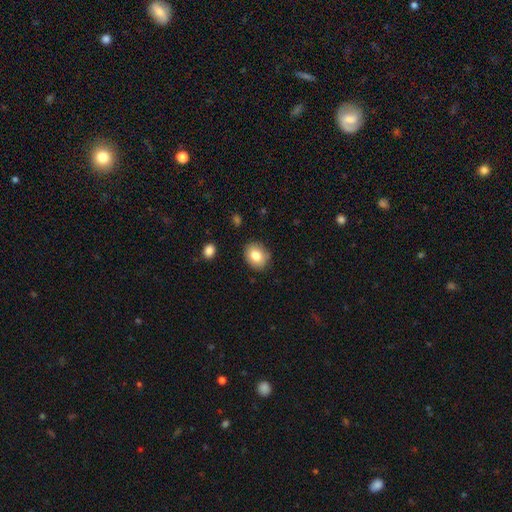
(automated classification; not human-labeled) A smooth galaxy with no disk features (80%) that is in between round and cigar-shaped (50%). Merging: none (85%).